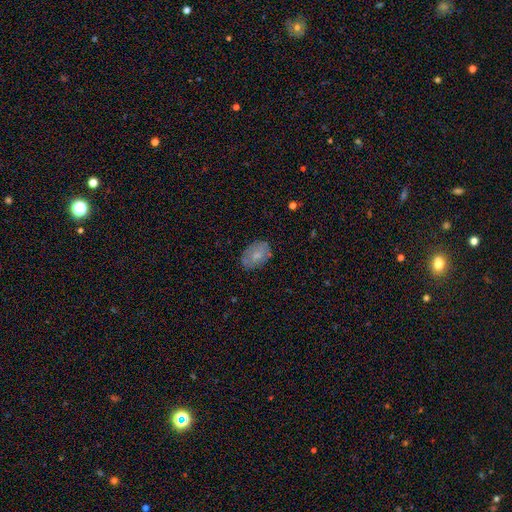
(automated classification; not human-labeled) Smooth or featured: smooth — 70% (featured or disk — 23%)
How rounded: in between — 84% (round — 15%)
Merging: none — 73% (minor disturbance — 20%)